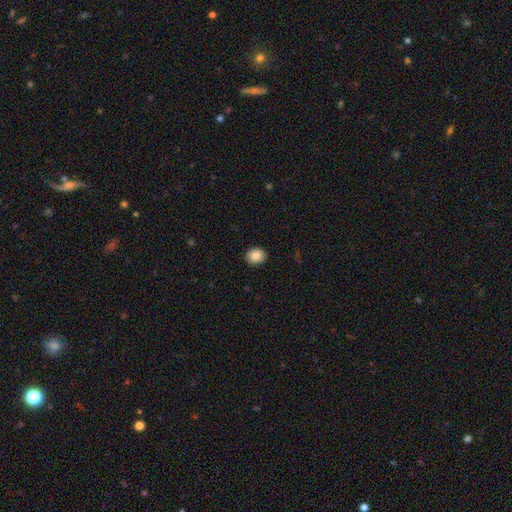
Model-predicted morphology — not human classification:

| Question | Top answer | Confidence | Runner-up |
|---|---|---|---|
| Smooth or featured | smooth | 88% | star or artifact (8%) |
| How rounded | round | 66% | in between (33%) |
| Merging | none | 91% | minor disturbance (6%) |